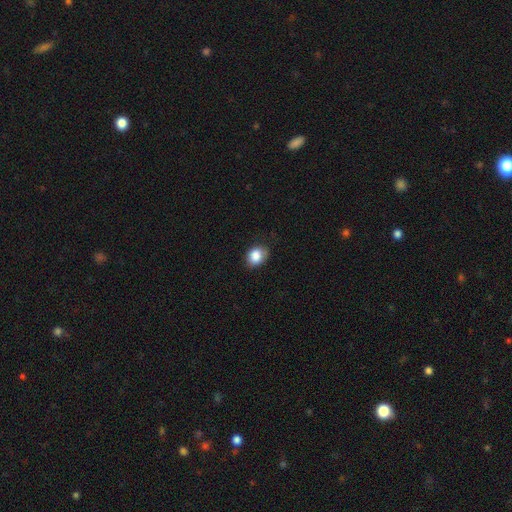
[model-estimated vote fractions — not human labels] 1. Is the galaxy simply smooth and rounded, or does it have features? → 86% smooth, 8% star or artifact, 6% featured or disk.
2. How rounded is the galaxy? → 56% in between, 43% round, 1% cigar-shaped.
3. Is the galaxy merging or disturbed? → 74% none, 21% minor disturbance, 4% major disturbance, 1% merger.